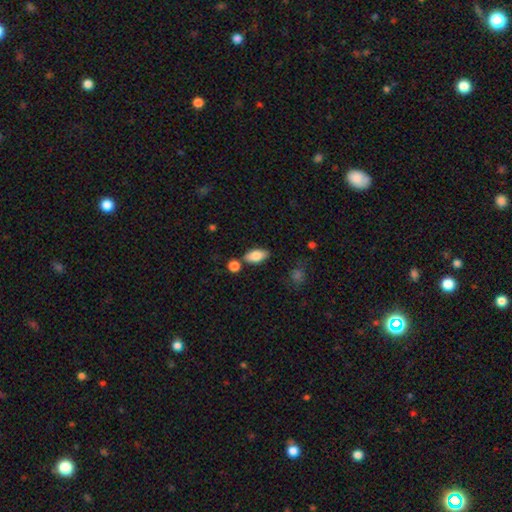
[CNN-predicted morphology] A smooth galaxy with no disk features (82%) that is in between round and cigar-shaped (89%).

Vote fractions:
- Smooth or featured? smooth: 82% / featured or disk: 11% / star or artifact: 7%
- How rounded? in between: 89% / cigar-shaped: 7% / round: 4%
- Merging? none: 76% / minor disturbance: 12% / merger: 9% / major disturbance: 3%